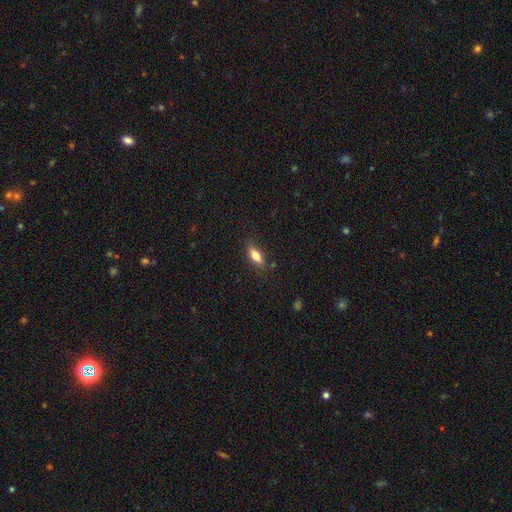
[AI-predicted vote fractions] Smooth or featured? smooth (74%)
How rounded? in between (72%)
Merging? none (79%)